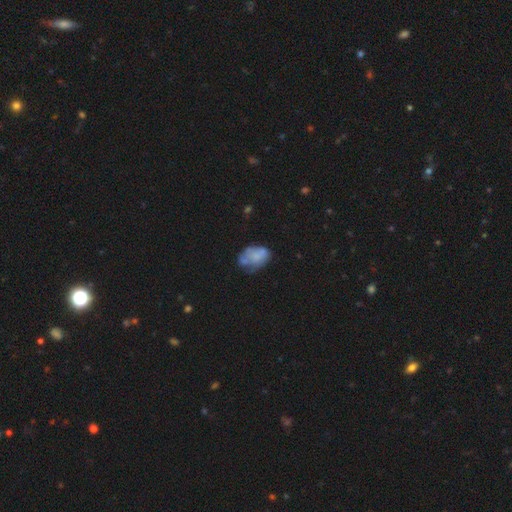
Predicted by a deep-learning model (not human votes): A smooth galaxy with no disk features (56%) that is in between round and cigar-shaped (81%).

Vote fractions:
- Smooth or featured? smooth: 56% / featured or disk: 35% / star or artifact: 10%
- How rounded? in between: 81% / round: 17% / cigar-shaped: 1%
- Merging? none: 37% / minor disturbance: 32% / major disturbance: 21% / merger: 11%